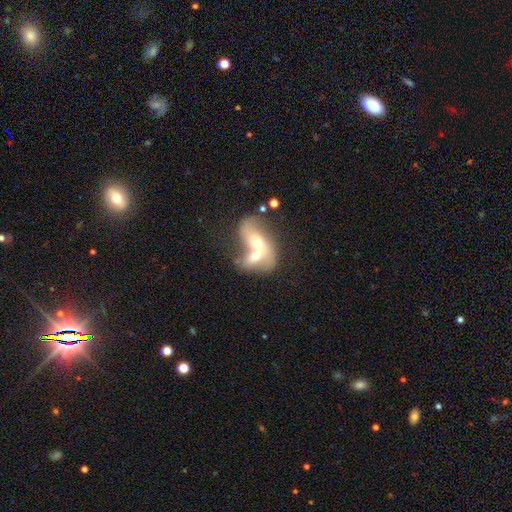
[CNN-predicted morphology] The model was most divided on "smooth or featured": featured or disk: 47%, smooth: 45%, star or artifact: 8%. More confident: merging — merger (81%).